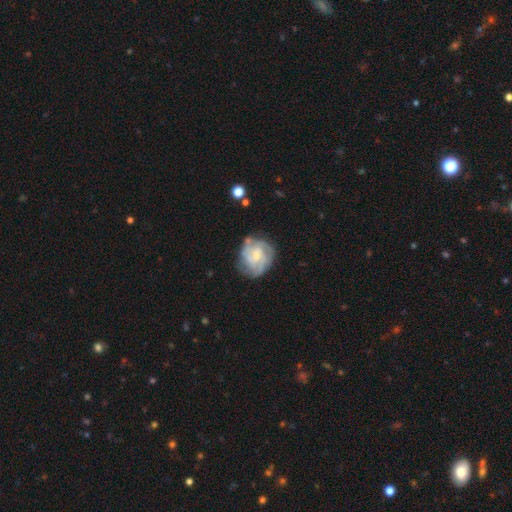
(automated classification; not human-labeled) Morphology: type=featured or disk (81%); edge-on=no (98%); bar=no (57%); spiral arms=yes (93%); winding=tight (59%); arm count=3 (34%); bulge=small (62%); merging=none (69%).